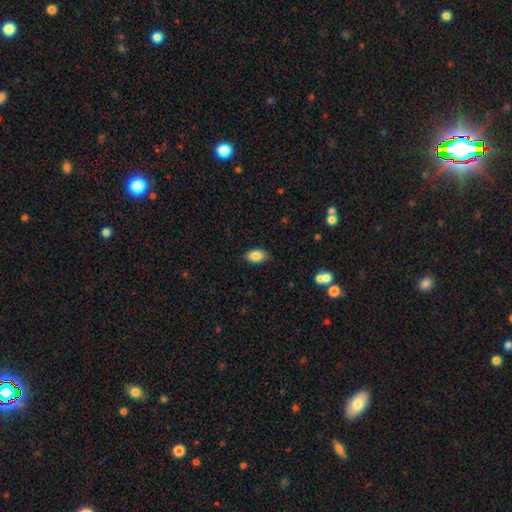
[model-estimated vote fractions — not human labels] Overall: smooth (86%). How rounded: in between (88%). Merging: none (84%).